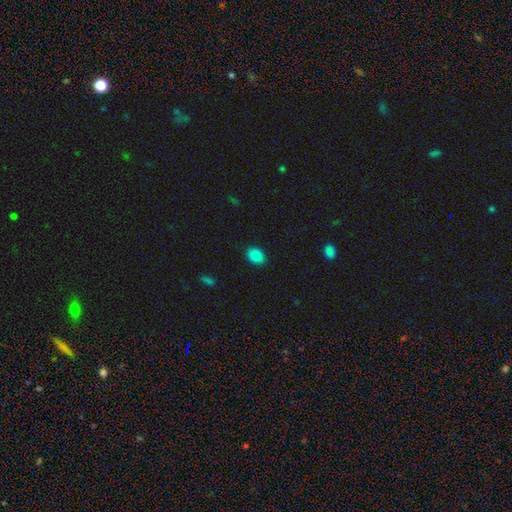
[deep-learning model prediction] A smooth galaxy with no disk features (86%) that is in between round and cigar-shaped (73%). Merging: none (88%).